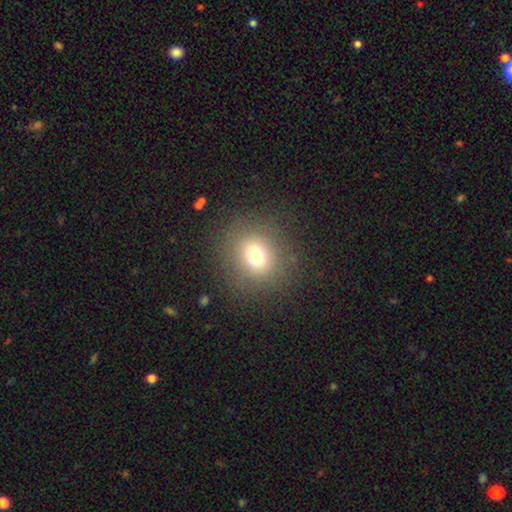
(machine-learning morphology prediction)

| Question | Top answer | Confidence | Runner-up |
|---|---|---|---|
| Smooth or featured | smooth | 72% | star or artifact (17%) |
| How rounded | round | 85% | in between (14%) |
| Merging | none | 87% | minor disturbance (7%) |